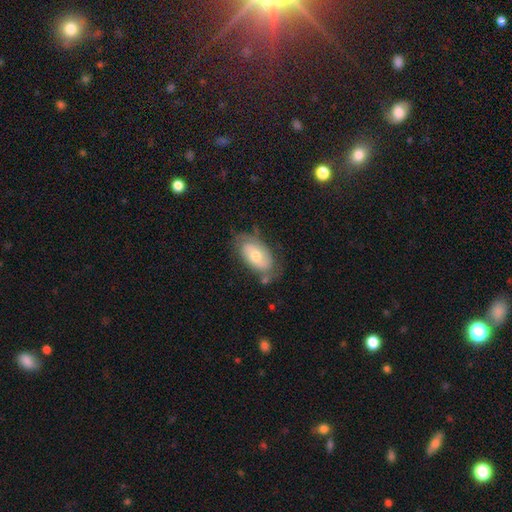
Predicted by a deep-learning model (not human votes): This appears to be a smooth galaxy with no disk features (51%) that is in between round and cigar-shaped (92%). Merging: none (61%).